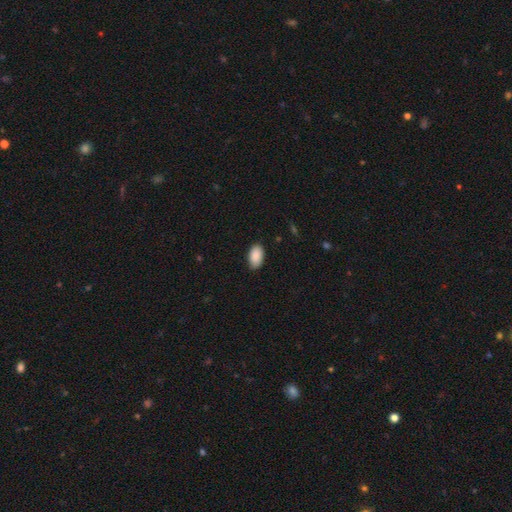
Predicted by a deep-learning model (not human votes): Smooth or featured? Predicted: smooth (p=0.90). How rounded? Predicted: in between (p=0.94). Merging? Predicted: none (p=0.84).